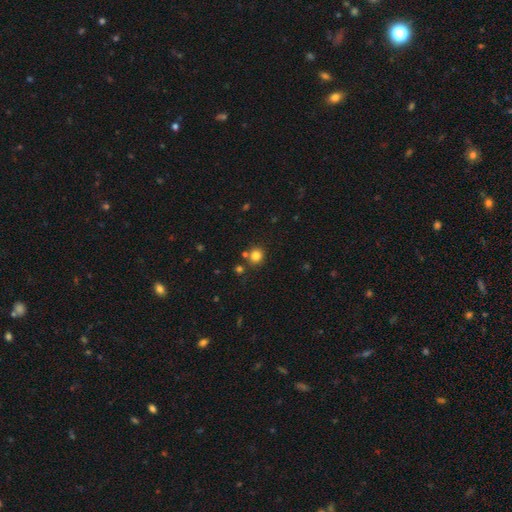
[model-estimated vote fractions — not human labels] smooth 81%, star or artifact 13%, featured or disk 5%. Down the decision tree: how rounded — round (87%); merging — none (76%).